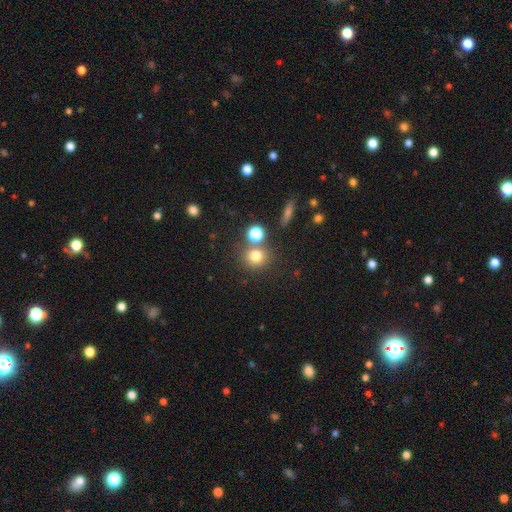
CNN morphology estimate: A smooth galaxy with no disk features (75%) that is round (87%). Merging: none (70%).